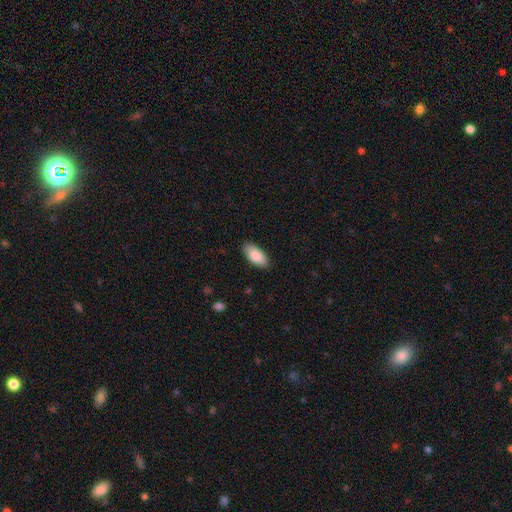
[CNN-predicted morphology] Smooth or featured? Predicted: smooth (p=0.88). How rounded? Predicted: in between (p=0.92). Merging? Predicted: none (p=0.86).